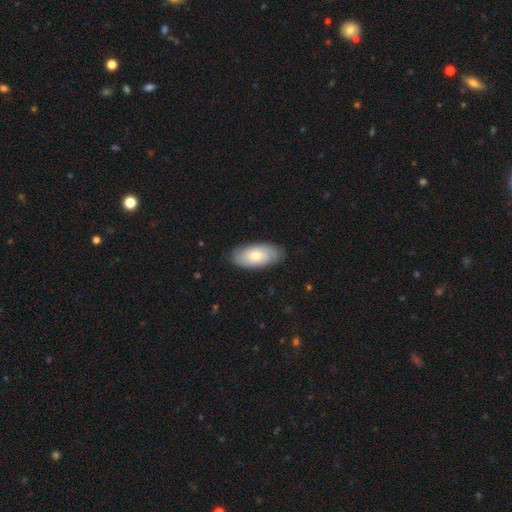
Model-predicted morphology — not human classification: Smooth or featured?
  - smooth: 55% *
  - featured or disk: 39%
  - star or artifact: 6%
How rounded?
  - in between: 92% *
  - cigar-shaped: 6%
  - round: 3%
Merging?
  - none: 81% *
  - minor disturbance: 15%
  - major disturbance: 3%
  - merger: 1%